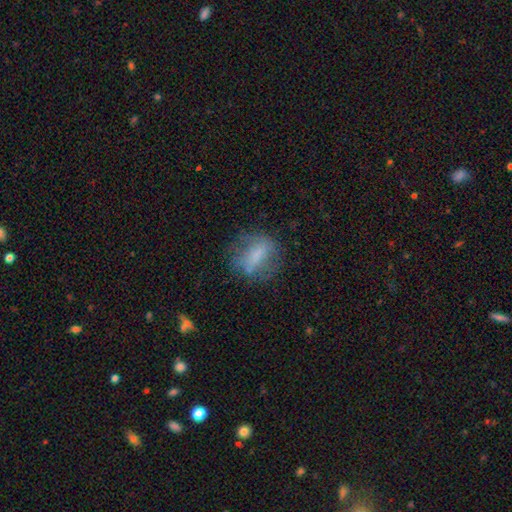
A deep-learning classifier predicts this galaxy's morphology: This appears to be a smooth galaxy with no disk features (58%) that is in between round and cigar-shaped (58%). Merging: none (64%).